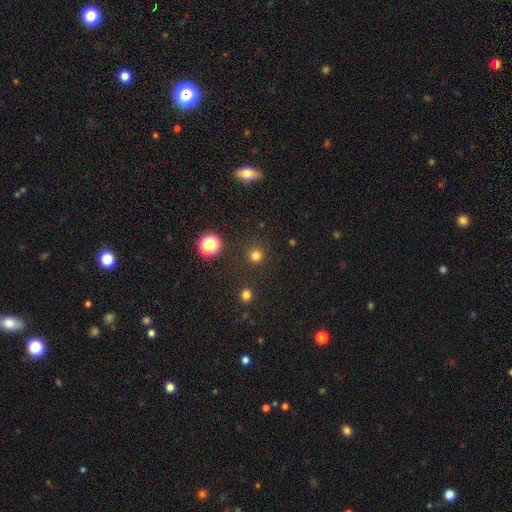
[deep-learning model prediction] Smooth or featured: smooth — 76% (star or artifact — 20%)
How rounded: round — 94% (in between — 5%)
Merging: none — 89% (minor disturbance — 6%)